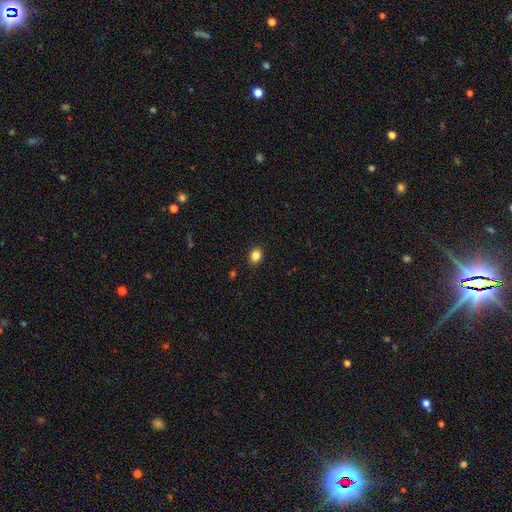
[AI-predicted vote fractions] Overall: smooth (84%). How rounded: round (64%; in between 35%). Merging: none (90%).